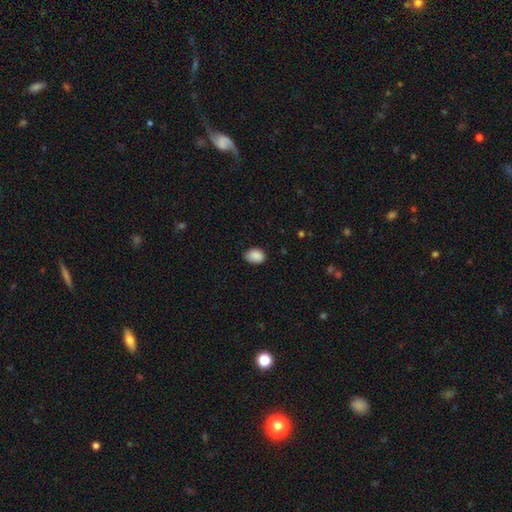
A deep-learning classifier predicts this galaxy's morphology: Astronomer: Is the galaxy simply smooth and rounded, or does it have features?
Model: smooth — 88%.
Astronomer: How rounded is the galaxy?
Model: in between — 74%.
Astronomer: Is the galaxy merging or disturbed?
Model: none — 71%.